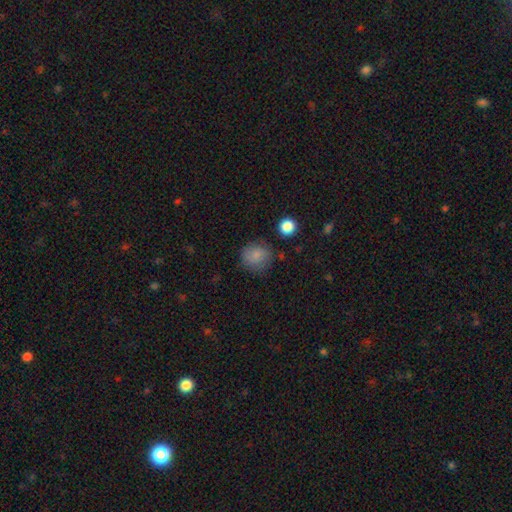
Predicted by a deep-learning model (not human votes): Morphology: type=smooth (84%); roundness=round (87%); merging=none (78%).